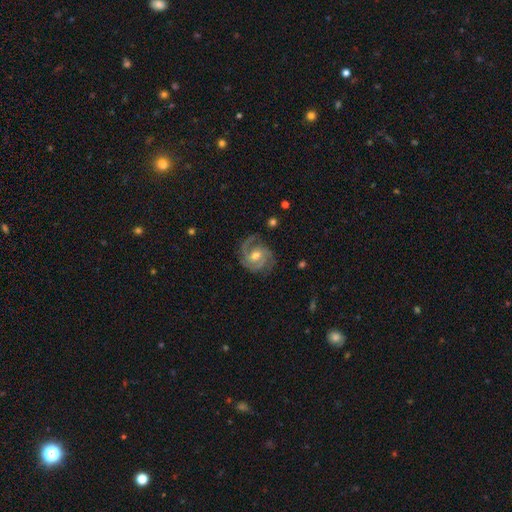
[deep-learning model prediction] Smooth or featured?
  - featured or disk: 88% *
  - smooth: 7%
  - star or artifact: 5%
Edge-on disk?
  - no: 98% *
  - yes: 2%
Bar?
  - no: 53% *
  - weak: 37%
  - strong: 10%
Spiral arms?
  - yes: 97% *
  - no: 3%
Spiral winding?
  - tight: 56% *
  - medium: 37%
  - loose: 7%
Spiral arm count?
  - 2: 40% *
  - 3: 35%
  - can't tell: 11%
  - 4: 5%
  - 1: 5%
  - more than 4: 4%
Bulge size?
  - moderate: 72% *
  - small: 23%
  - large: 4%
  - none: 1%
  - dominant: 1%
Merging?
  - none: 76% *
  - minor disturbance: 16%
  - major disturbance: 6%
  - merger: 1%